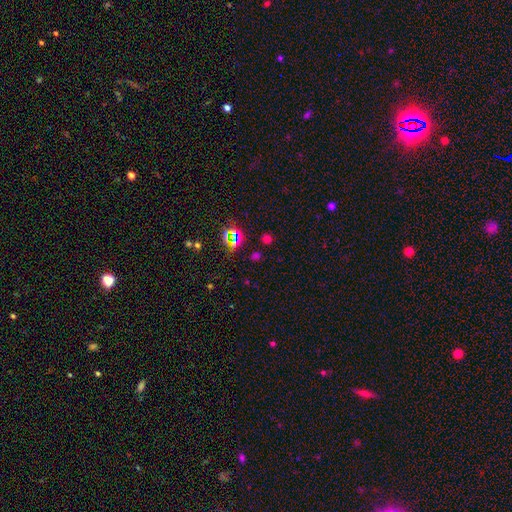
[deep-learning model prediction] Smooth or featured: star or artifact — 55% (smooth — 38%)